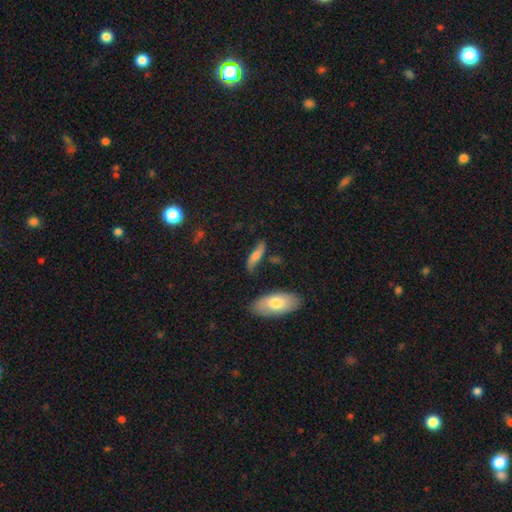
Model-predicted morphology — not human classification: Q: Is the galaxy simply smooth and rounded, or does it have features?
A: smooth — 60%.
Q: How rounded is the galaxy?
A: cigar-shaped — 61%.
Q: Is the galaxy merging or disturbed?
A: none — 72%.